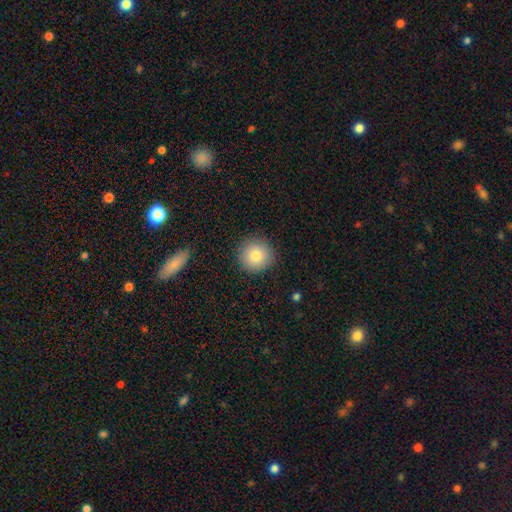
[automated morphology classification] type=smooth (80%); roundness=round (94%); merging=none (90%).